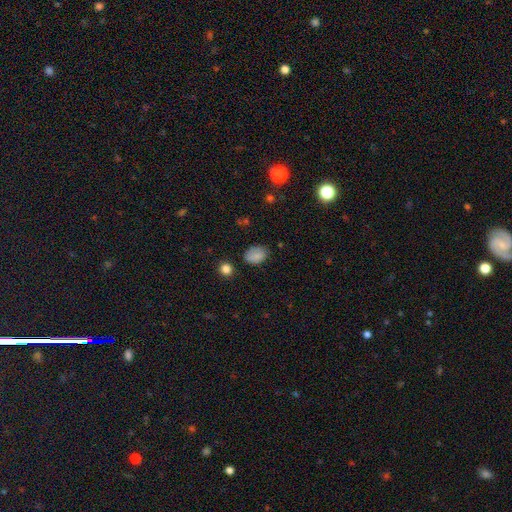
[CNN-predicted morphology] Smooth or featured?
  - smooth: 83% *
  - star or artifact: 10%
  - featured or disk: 7%
How rounded?
  - in between: 75% *
  - round: 24%
  - cigar-shaped: 1%
Merging?
  - none: 72% *
  - minor disturbance: 21%
  - major disturbance: 5%
  - merger: 2%